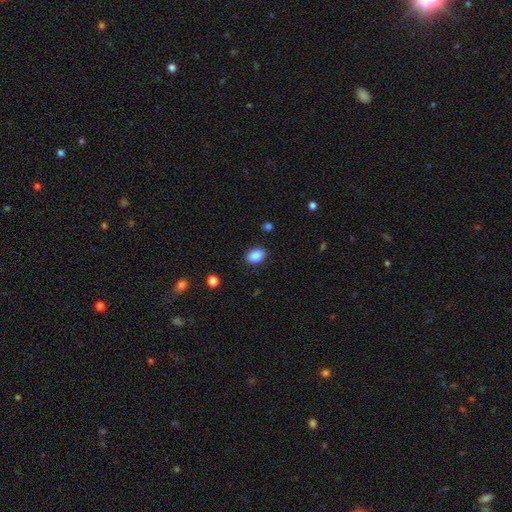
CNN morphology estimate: This is clearly a smooth galaxy (86%). How rounded: likely in between (70%). Merging: clearly none (88%).